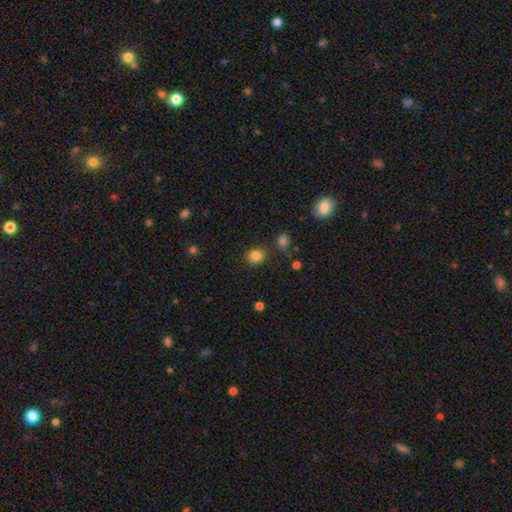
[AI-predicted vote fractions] Overall: smooth (83%). How rounded: round (75%). Merging: none (83%).